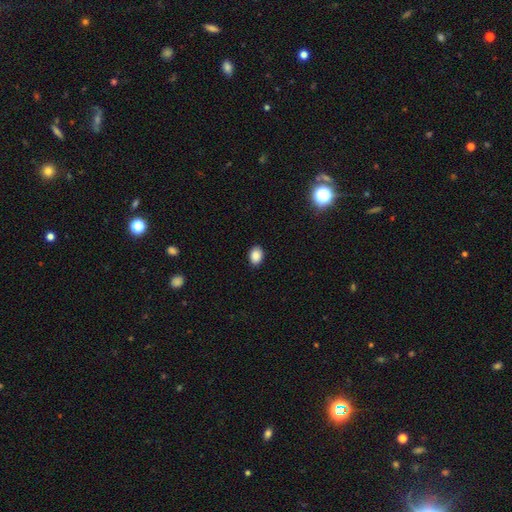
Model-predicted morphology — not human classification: Smooth or featured? Predicted: smooth (p=0.88). How rounded? Predicted: in between (p=0.76). Merging? Predicted: none (p=0.89).